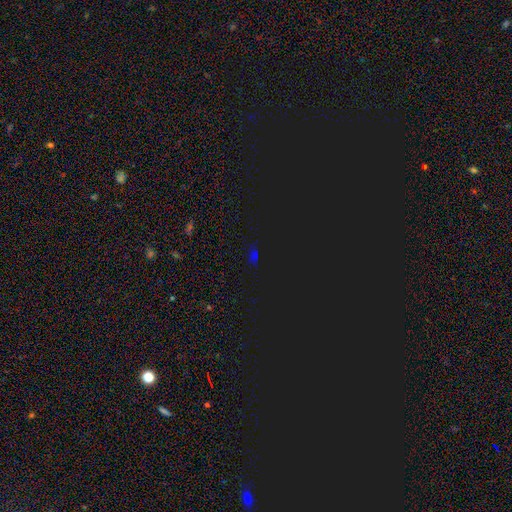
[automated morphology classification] type=star or artifact (71%).